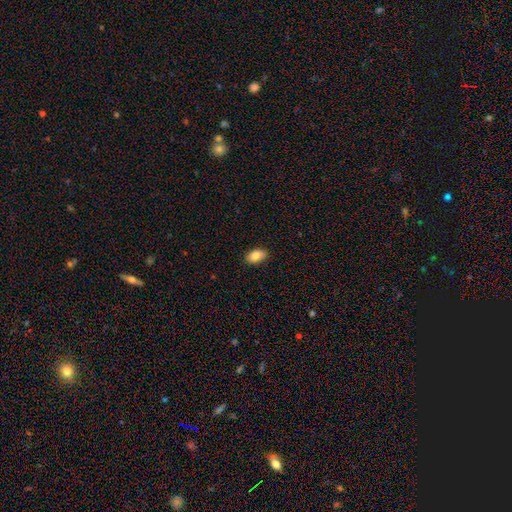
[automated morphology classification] Smooth or featured? Predicted: smooth (p=0.85). How rounded? Predicted: in between (p=0.92). Merging? Predicted: none (p=0.88).